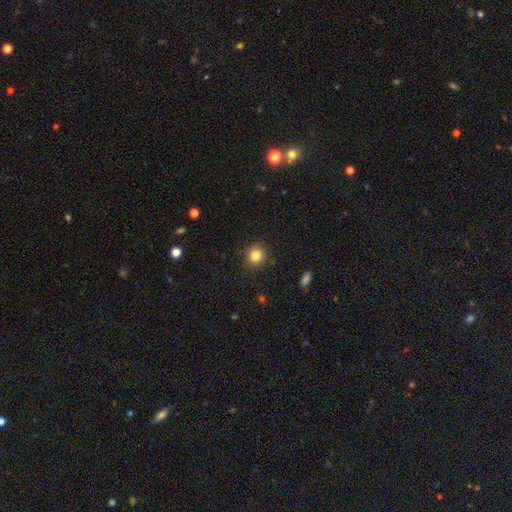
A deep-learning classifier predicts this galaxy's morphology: The model was most divided on "smooth or featured": smooth: 83%, star or artifact: 11%, featured or disk: 6%. More confident: how rounded — round (94%); merging — none (91%).